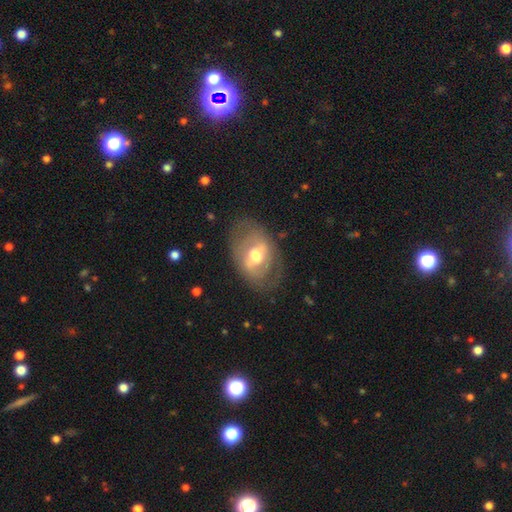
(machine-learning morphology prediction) The model was most divided on "bar": weak: 39%, strong: 36%, no: 25%. More confident: edge-on disk — no (92%); merging — none (71%); bulge size — moderate (69%); smooth or featured — featured or disk (64%); spiral arms — no (63%).